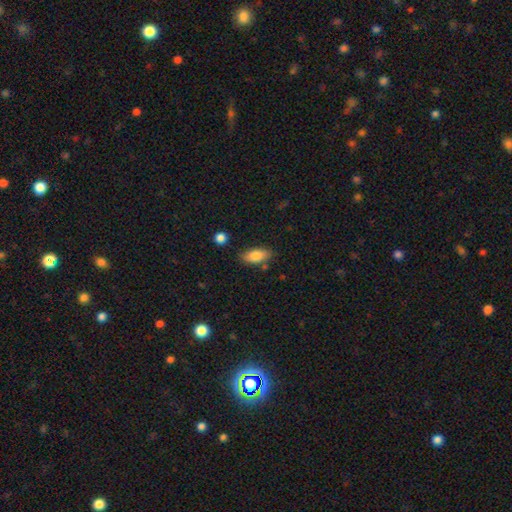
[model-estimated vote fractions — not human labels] Morphology: type=smooth (84%); roundness=in between (87%); merging=none (80%).